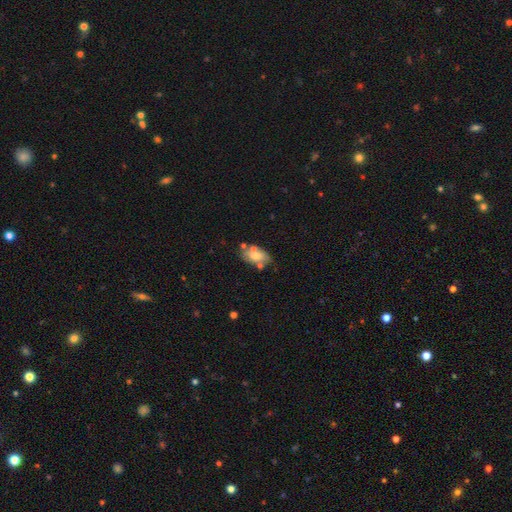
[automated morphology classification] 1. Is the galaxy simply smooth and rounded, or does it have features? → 61% smooth, 30% featured or disk, 9% star or artifact.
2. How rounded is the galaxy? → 90% in between, 7% round, 3% cigar-shaped.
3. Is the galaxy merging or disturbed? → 51% none, 23% minor disturbance, 18% merger, 9% major disturbance.